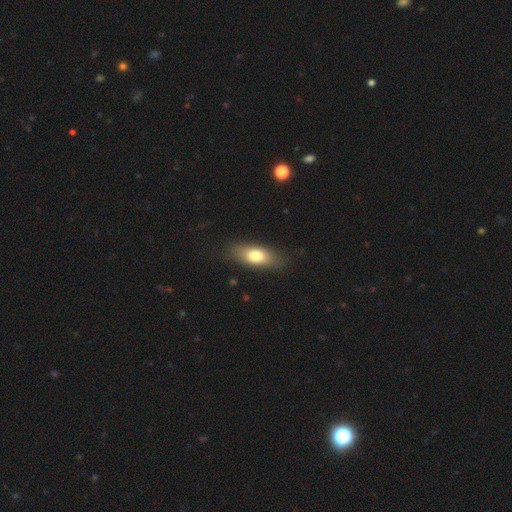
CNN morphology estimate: Q: Smooth or featured?
A: smooth (74%); runner-up: featured or disk (19%)
Q: How rounded?
A: in between (76%); runner-up: cigar-shaped (19%)
Q: Merging?
A: none (81%); runner-up: minor disturbance (14%)